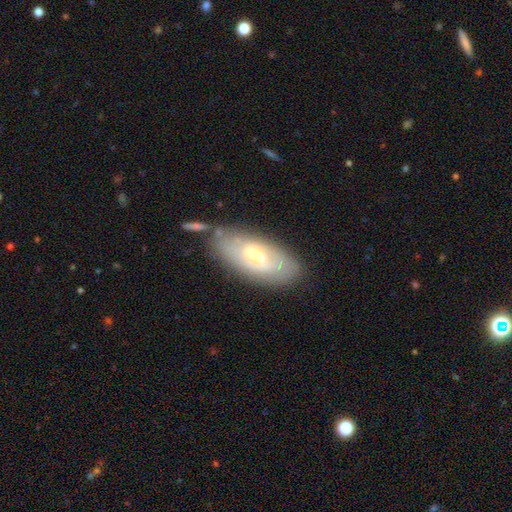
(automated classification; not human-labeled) Morphology: type=featured or disk (54%); edge-on=no (84%); merging=none (70%).